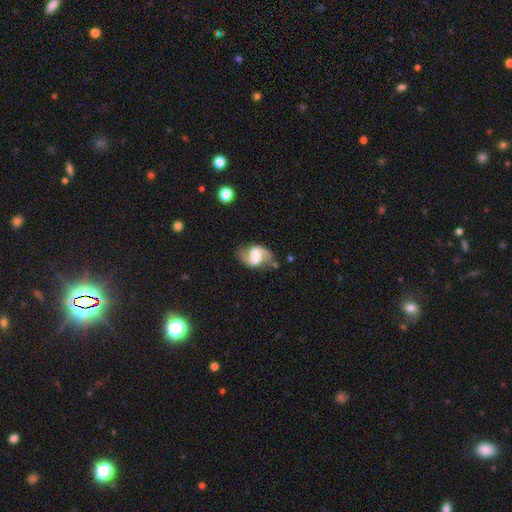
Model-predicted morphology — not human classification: This appears to be a featured or disk galaxy (84%) with a weak bar (45%), 2 (93%) medium (47%) spiral arms (95%) and no central bulge (30%). Merging: none (74%).